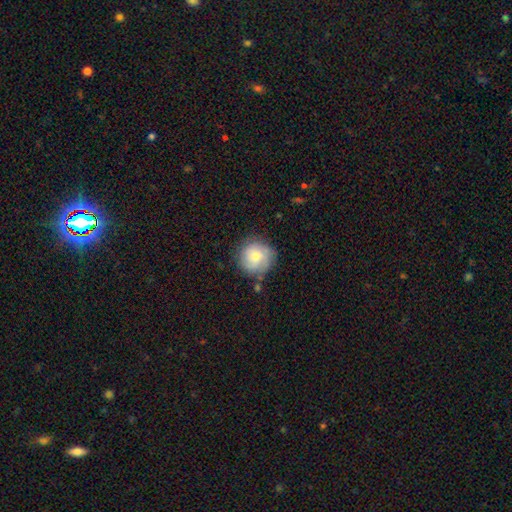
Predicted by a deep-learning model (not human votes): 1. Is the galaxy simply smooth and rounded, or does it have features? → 63% smooth, 29% featured or disk, 8% star or artifact.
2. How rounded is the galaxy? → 93% round, 6% in between, 1% cigar-shaped.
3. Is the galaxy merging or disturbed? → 77% none, 16% minor disturbance, 5% major disturbance, 3% merger.